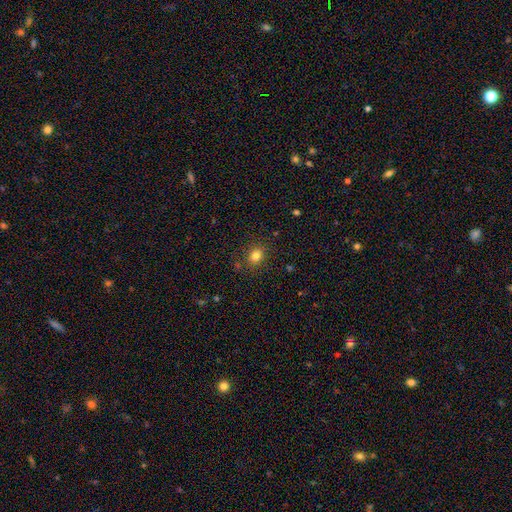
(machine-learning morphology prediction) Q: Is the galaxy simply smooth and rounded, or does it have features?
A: smooth — 81%.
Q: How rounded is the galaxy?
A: round — 65%.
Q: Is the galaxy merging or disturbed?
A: none — 86%.